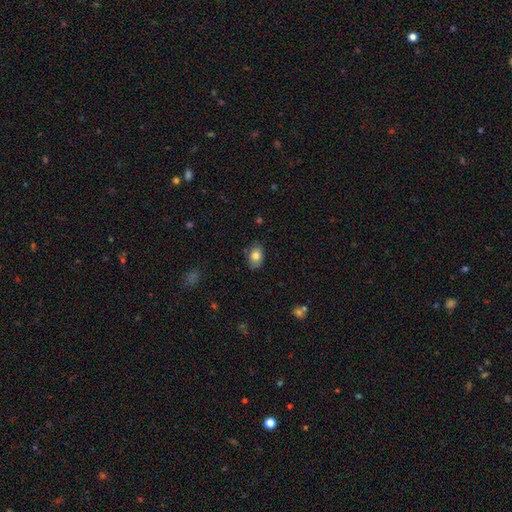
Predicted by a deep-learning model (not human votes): Morphology: type=smooth (80%); roundness=in between (83%); merging=none (82%).